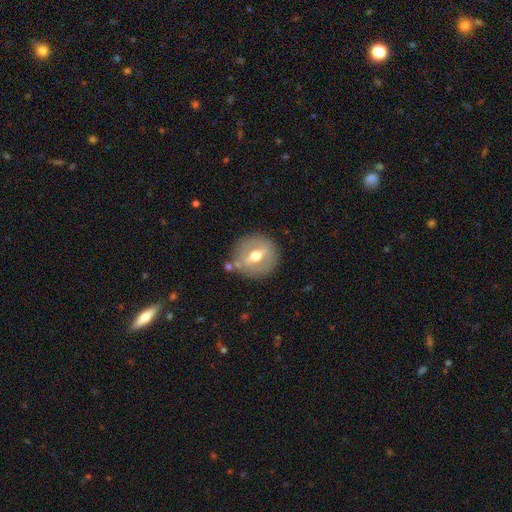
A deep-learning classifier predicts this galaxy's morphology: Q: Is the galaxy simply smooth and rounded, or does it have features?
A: featured or disk — 57%.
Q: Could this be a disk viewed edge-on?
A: no — 78%.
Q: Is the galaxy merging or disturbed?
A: none — 80%.